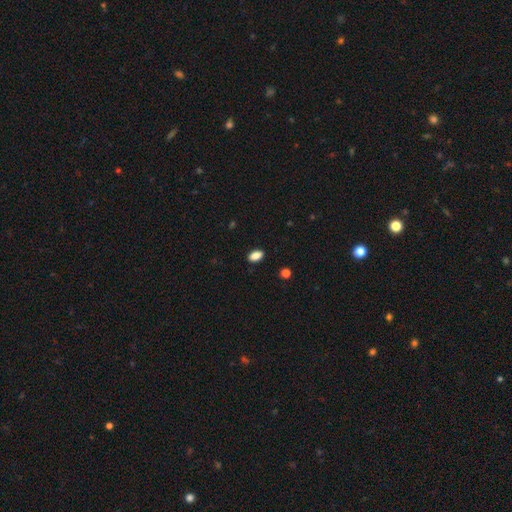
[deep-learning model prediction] Smooth or featured? Predicted: smooth (p=0.87). How rounded? Predicted: in between (p=0.90). Merging? Predicted: none (p=0.89).